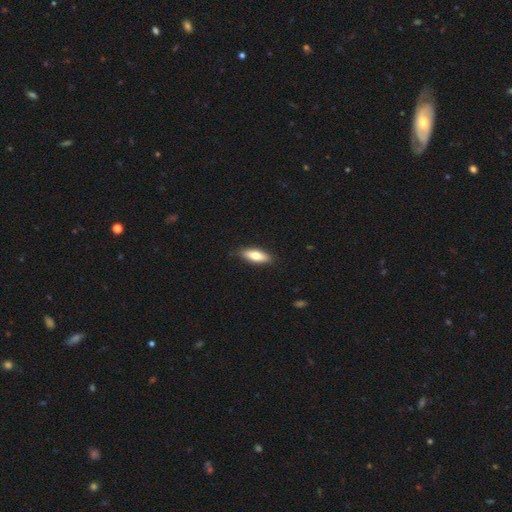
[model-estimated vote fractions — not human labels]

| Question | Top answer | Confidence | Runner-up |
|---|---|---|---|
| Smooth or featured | smooth | 68% | featured or disk (26%) |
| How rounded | in between | 60% | cigar-shaped (38%) |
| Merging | none | 89% | minor disturbance (9%) |